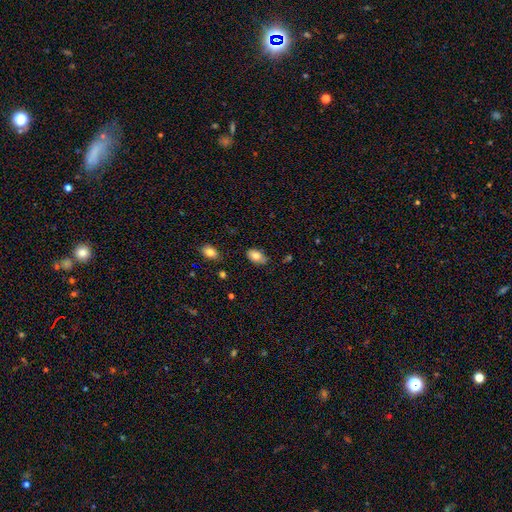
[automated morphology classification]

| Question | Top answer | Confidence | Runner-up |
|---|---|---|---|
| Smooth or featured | smooth | 81% | featured or disk (11%) |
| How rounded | in between | 91% | round (7%) |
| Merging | none | 67% | minor disturbance (26%) |